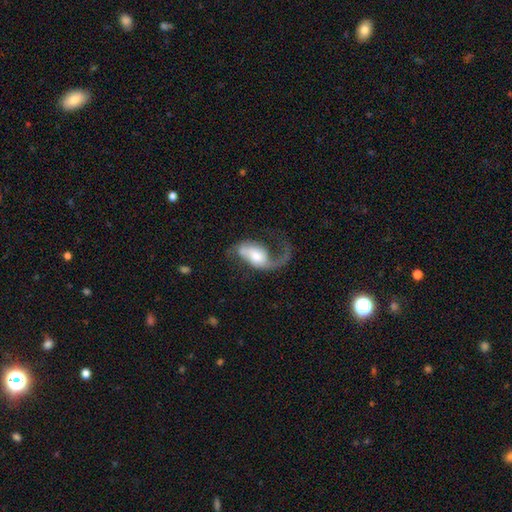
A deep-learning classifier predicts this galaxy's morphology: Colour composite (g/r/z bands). It shows a featured or disk galaxy (75%) with no bar (46%), 2 (55%) loose (76%) spiral arms (91%) and a moderate central bulge (44%). Merging: major disturbance (43%).